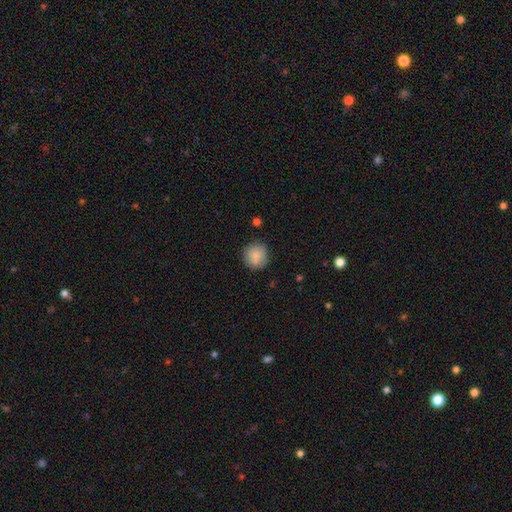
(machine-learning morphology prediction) A smooth galaxy with no disk features (86%) that is round (92%).

Vote fractions:
- Smooth or featured? smooth: 86% / star or artifact: 8% / featured or disk: 7%
- How rounded? round: 92% / in between: 7% / cigar-shaped: 1%
- Merging? none: 85% / minor disturbance: 11% / major disturbance: 3% / merger: 2%